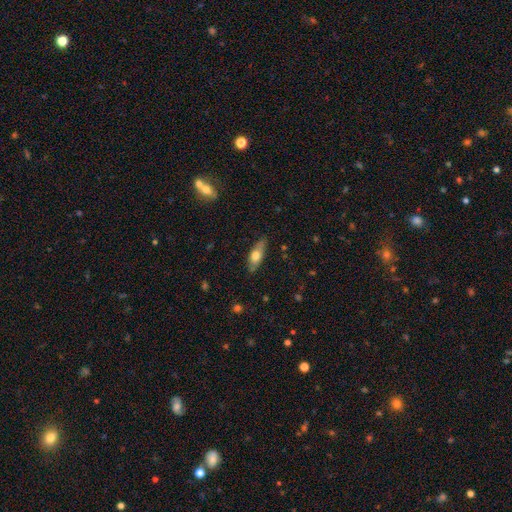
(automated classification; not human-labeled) Q: Smooth or featured?
A: smooth (62%); runner-up: featured or disk (32%)
Q: How rounded?
A: in between (62%); runner-up: cigar-shaped (35%)
Q: Merging?
A: none (82%); runner-up: minor disturbance (14%)